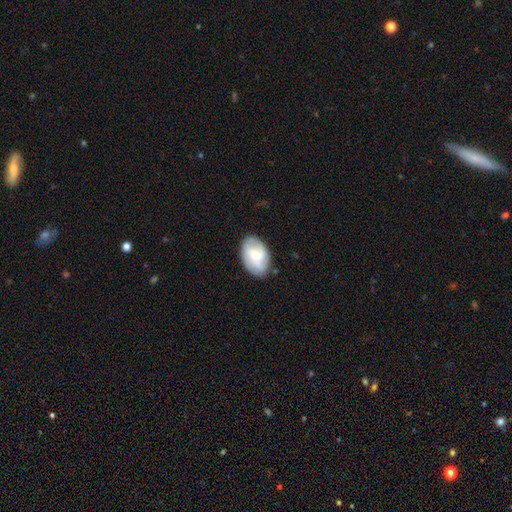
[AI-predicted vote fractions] A featured or disk galaxy (58%) with no bar (56%), spiral arms (88%) and a moderate central bulge (42%).

Vote fractions:
- Smooth or featured? featured or disk: 58% / smooth: 36% / star or artifact: 7%
- Edge-on disk? no: 97% / yes: 3%
- Bar? no: 56% / weak: 37% / strong: 7%
- Spiral arms? yes: 88% / no: 12%
- Bulge size? moderate: 42% / small: 35% / large: 11% / none: 10% / dominant: 2%
- Merging? none: 80% / minor disturbance: 15% / major disturbance: 4% / merger: 1%